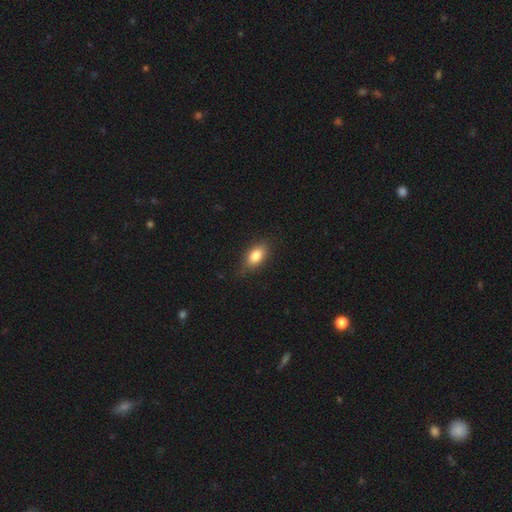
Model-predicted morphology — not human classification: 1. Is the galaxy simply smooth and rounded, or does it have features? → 82% smooth, 9% featured or disk, 8% star or artifact.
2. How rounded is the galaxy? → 87% in between, 8% round, 5% cigar-shaped.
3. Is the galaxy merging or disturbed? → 80% none, 16% minor disturbance, 3% major disturbance, 1% merger.